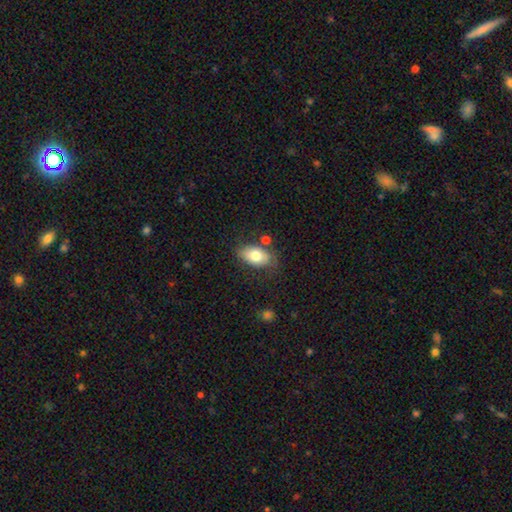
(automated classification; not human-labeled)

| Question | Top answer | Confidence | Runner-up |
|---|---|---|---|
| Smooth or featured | smooth | 75% | featured or disk (18%) |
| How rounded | in between | 90% | round (8%) |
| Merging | none | 71% | minor disturbance (17%) |